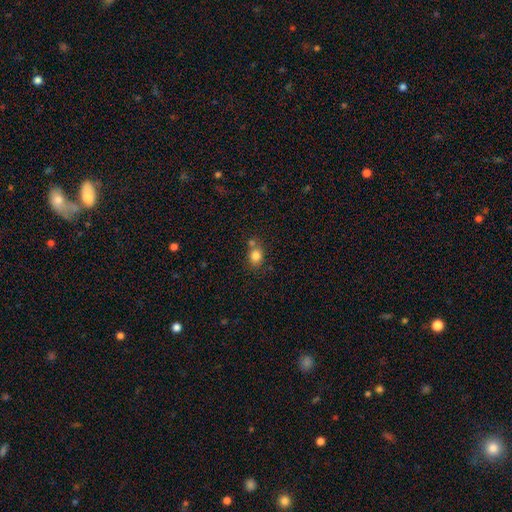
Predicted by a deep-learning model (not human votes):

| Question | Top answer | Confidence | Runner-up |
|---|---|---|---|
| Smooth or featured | smooth | 81% | star or artifact (11%) |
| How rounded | round | 52% | in between (46%) |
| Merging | none | 57% | merger (26%) |